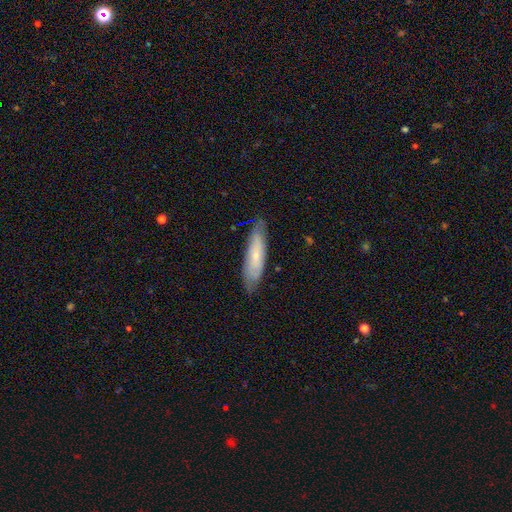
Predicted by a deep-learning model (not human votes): smooth-or-featured: smooth: 55% | featured or disk: 39% | star or artifact: 6%
  how-rounded: cigar-shaped: 65% | in between: 33% | round: 2%
  merging: none: 76% | minor disturbance: 19% | major disturbance: 4% | merger: 1%